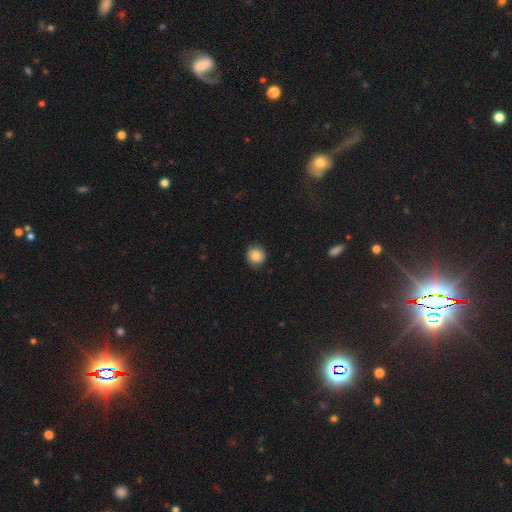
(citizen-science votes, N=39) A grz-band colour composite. It shows a smooth galaxy with no disk features (85%) that is round (70%). Merging: none (81%).